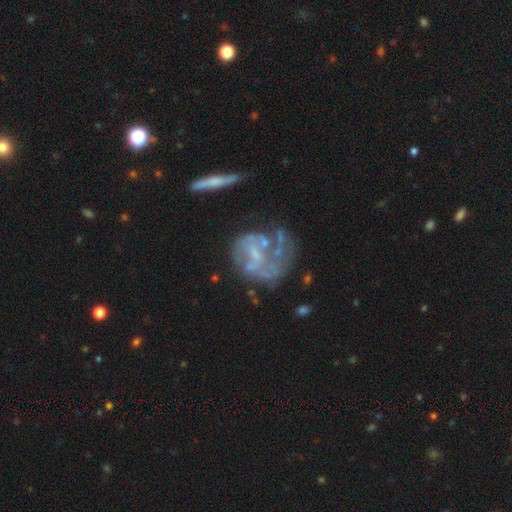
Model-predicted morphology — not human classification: This is likely a featured or disk galaxy (70%). It is clearly not viewed edge-on (97%). Bar: likely no (67%). Spiral arm pattern: possibly no (55%). Central bulge: possibly none (47%). Merging: marginally none (37%).